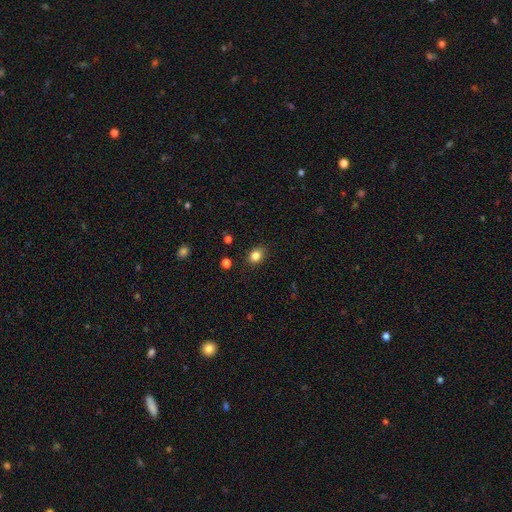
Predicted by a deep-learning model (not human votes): Q: Smooth or featured?
A: smooth (84%); runner-up: star or artifact (11%)
Q: How rounded?
A: in between (53%); runner-up: round (46%)
Q: Merging?
A: none (85%); runner-up: minor disturbance (11%)